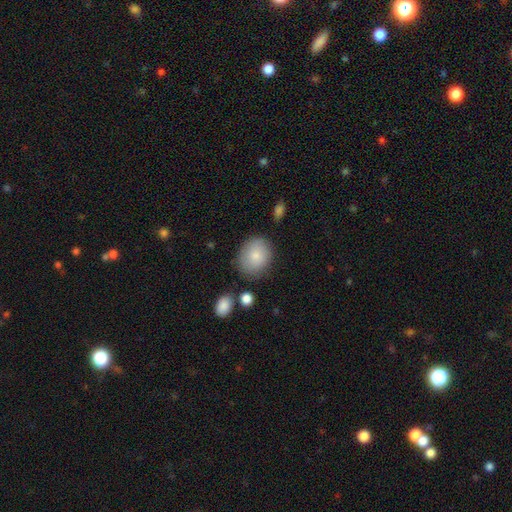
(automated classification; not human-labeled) This appears to be a smooth galaxy with no disk features (84%) that is round (56%). Merging: none (77%).